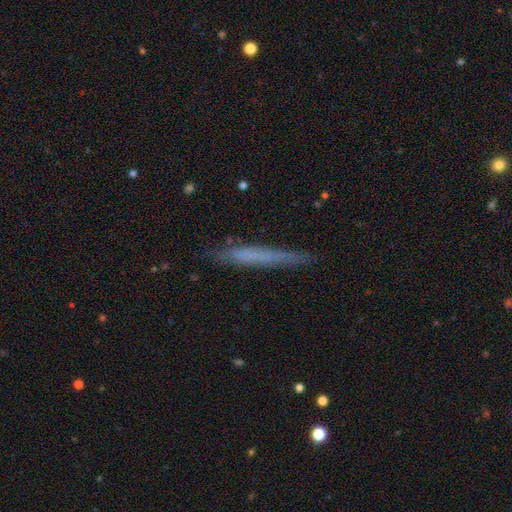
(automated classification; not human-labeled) smooth-or-featured: smooth: 53% | featured or disk: 39% | star or artifact: 8%
  how-rounded: cigar-shaped: 96% | in between: 3% | round: 1%
  merging: none: 78% | minor disturbance: 17% | major disturbance: 4% | merger: 2%